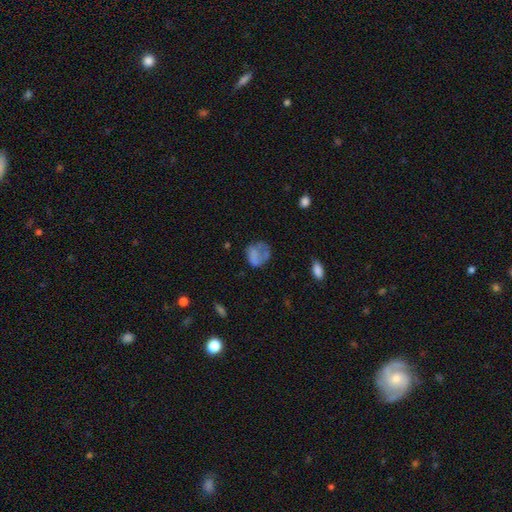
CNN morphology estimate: Smooth or featured: smooth — 63% (featured or disk — 25%)
How rounded: round — 59% (in between — 40%)
Merging: none — 39% (major disturbance — 31%)